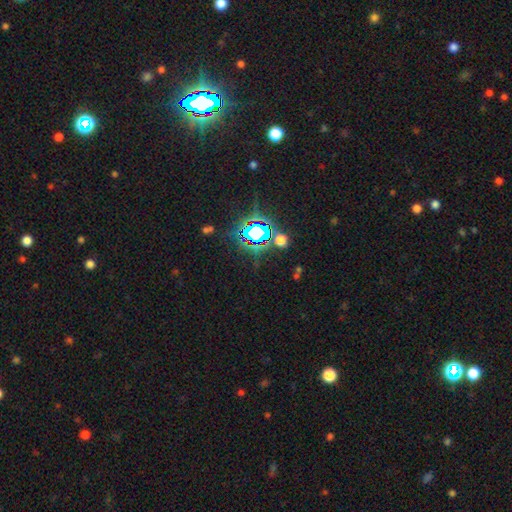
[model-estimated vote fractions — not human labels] smooth-or-featured: star or artifact: 81% | smooth: 11% | featured or disk: 7%